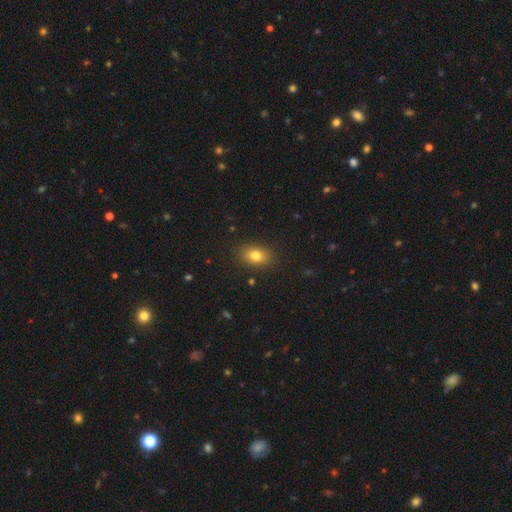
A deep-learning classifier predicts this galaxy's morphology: smooth 80%, star or artifact 11%, featured or disk 9%. Down the decision tree: how rounded — in between (76%); merging — none (87%).